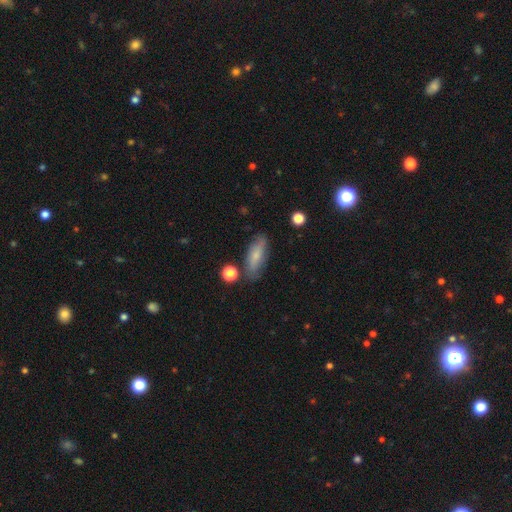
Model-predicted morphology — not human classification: A smooth galaxy with no disk features (68%) that is in between round and cigar-shaped (65%). Merging: none (76%).